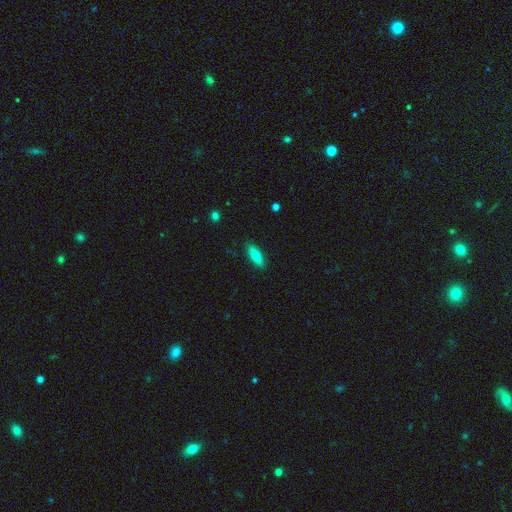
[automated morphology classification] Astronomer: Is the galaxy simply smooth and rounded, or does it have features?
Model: smooth — 75%.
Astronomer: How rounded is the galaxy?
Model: in between — 49% (runner-up: cigar-shaped, 48%).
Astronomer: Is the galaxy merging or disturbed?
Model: none — 88%.